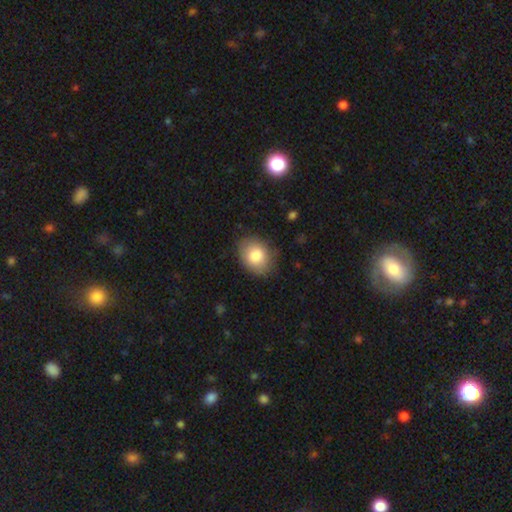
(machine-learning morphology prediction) smooth 81%, featured or disk 11%, star or artifact 8%. Down the decision tree: how rounded — in between (55%); merging — none (81%).